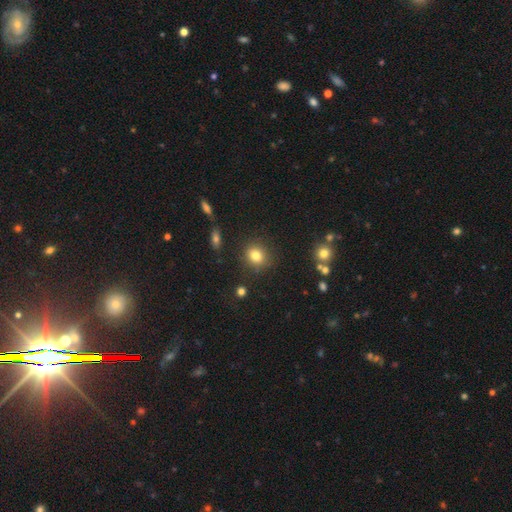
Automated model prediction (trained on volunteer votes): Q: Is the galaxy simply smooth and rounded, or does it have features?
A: smooth — 81%.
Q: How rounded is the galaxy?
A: round — 76%.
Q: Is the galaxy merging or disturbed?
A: none — 84%.